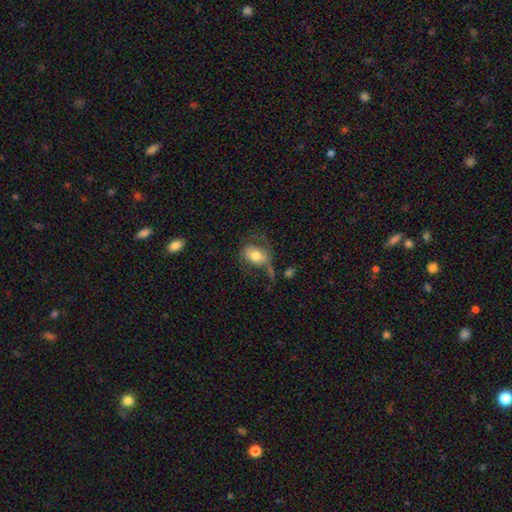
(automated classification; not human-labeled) Smooth or featured? Predicted: smooth (p=0.58). How rounded? Predicted: in between (p=0.65). Merging? Predicted: major disturbance (p=0.38).